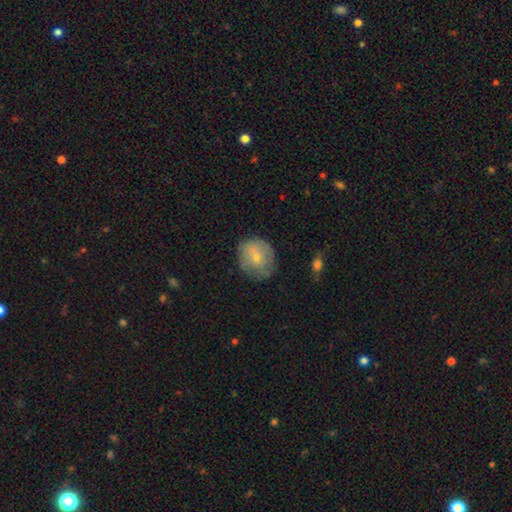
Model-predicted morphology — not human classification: Smooth or featured: smooth — 64% (featured or disk — 28%)
How rounded: round — 81% (in between — 18%)
Merging: none — 64% (minor disturbance — 24%)